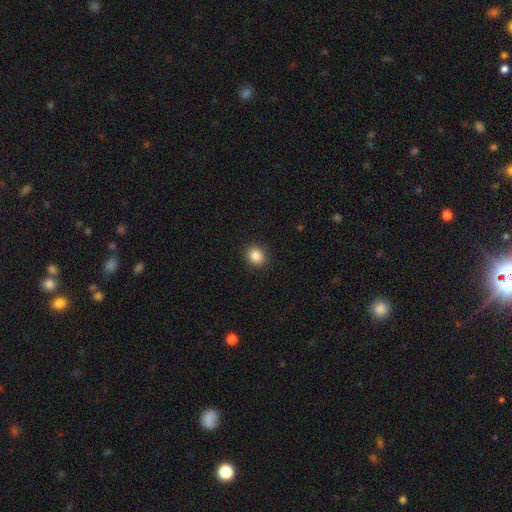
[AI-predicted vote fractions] The model was most divided on "how rounded": round: 70%, in between: 29%, cigar-shaped: 1%. More confident: merging — none (90%); smooth or featured — smooth (87%).